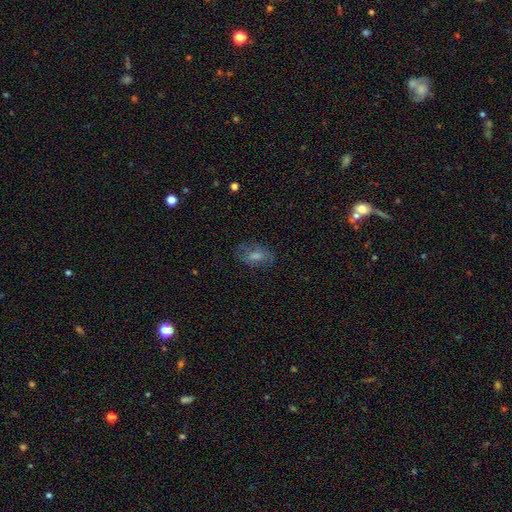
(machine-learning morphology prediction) smooth 45%, featured or disk 34%, star or artifact 21%. Down the decision tree: merging — none (75%).